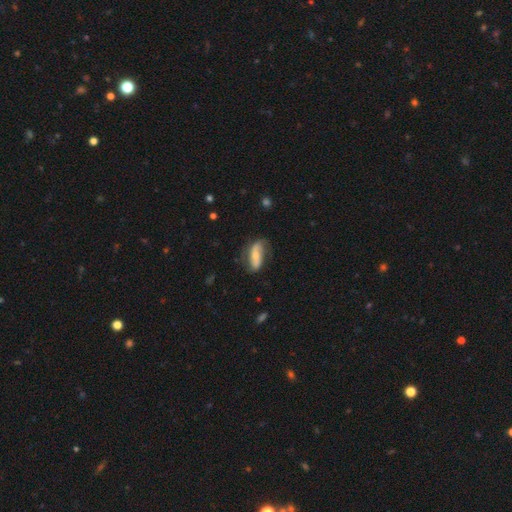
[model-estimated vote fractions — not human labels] Q: Smooth or featured?
A: featured or disk (59%); runner-up: smooth (35%)
Q: Edge-on disk?
A: no (89%); runner-up: yes (11%)
Q: Bar?
A: strong (38%); runner-up: no (37%)
Q: Spiral arms?
A: yes (84%); runner-up: no (16%)
Q: Bulge size?
A: small (56%); runner-up: moderate (33%)
Q: Merging?
A: none (59%); runner-up: minor disturbance (26%)